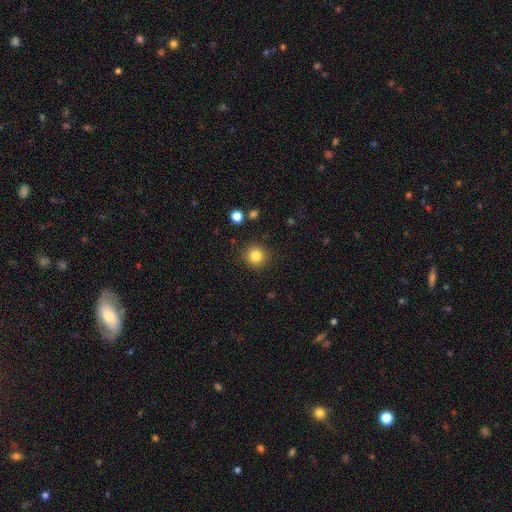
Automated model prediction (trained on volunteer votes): smooth_or_featured: smooth (p=0.83) [alt: star or artifact p=0.12]
how_rounded: round (p=0.93) [alt: in between p=0.06]
merging: none (p=0.89) [alt: minor disturbance p=0.07]